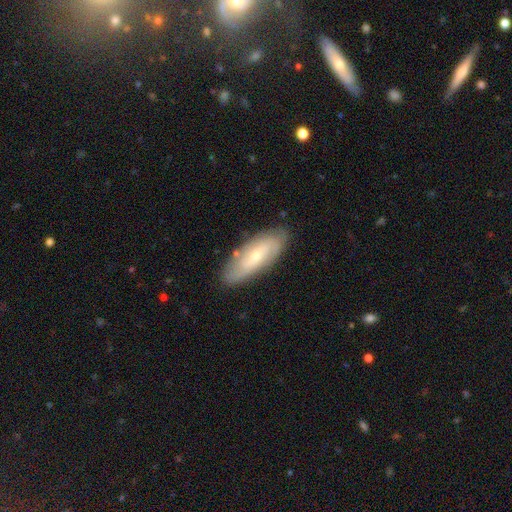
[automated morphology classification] Smooth or featured? featured or disk (60%)
Edge-on disk? no (82%)
Merging? none (82%)